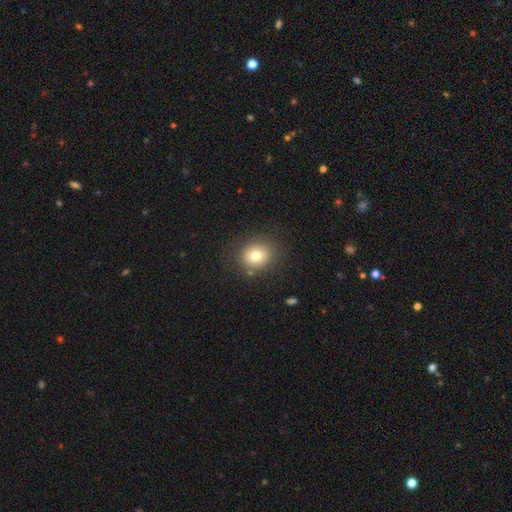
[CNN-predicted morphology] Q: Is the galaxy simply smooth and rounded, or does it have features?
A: smooth — 78%.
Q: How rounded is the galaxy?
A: round — 73%.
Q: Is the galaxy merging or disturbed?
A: none — 83%.